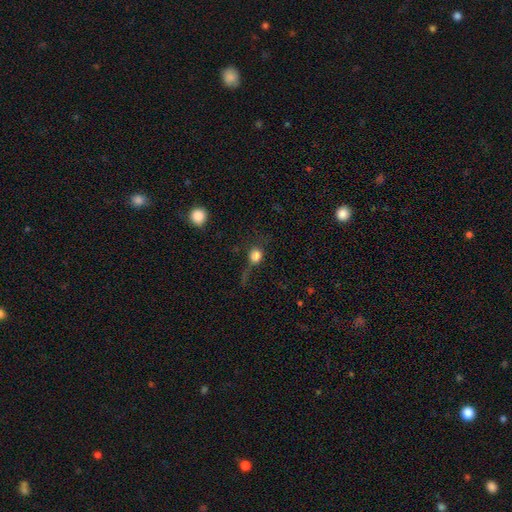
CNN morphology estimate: Smooth or featured?
  - smooth: 76% *
  - star or artifact: 14%
  - featured or disk: 10%
How rounded?
  - round: 83% *
  - in between: 15%
  - cigar-shaped: 2%
Merging?
  - none: 47% *
  - major disturbance: 25%
  - minor disturbance: 20%
  - merger: 7%